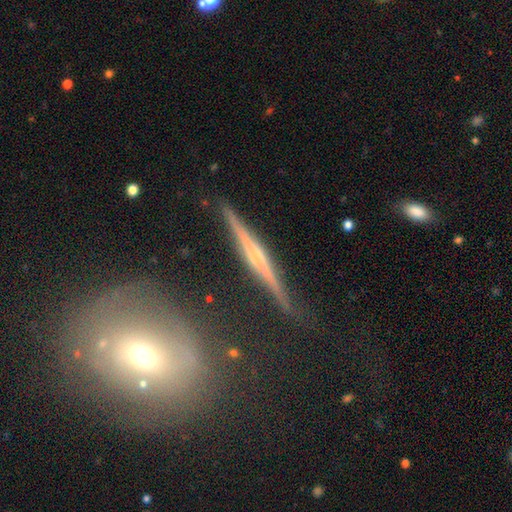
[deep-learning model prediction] Morphology: type=featured or disk (80%); edge-on=yes (98%); edge-on bulge=rounded (65%); merging=none (87%).